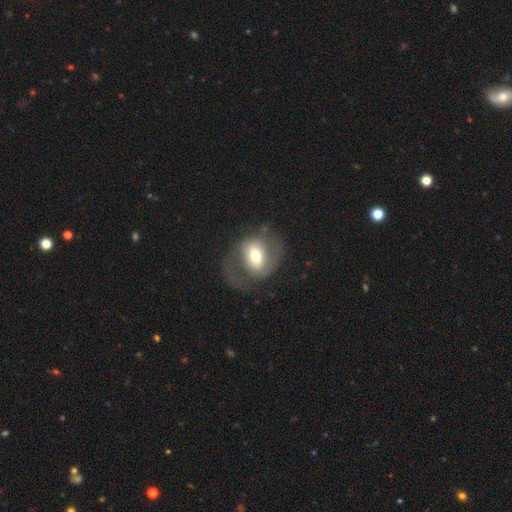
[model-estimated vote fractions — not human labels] A smooth galaxy with no disk features (47%).

Vote fractions:
- Smooth or featured? smooth: 47% / featured or disk: 45% / star or artifact: 8%
- Merging? none: 40% / major disturbance: 36% / minor disturbance: 22% / merger: 2%